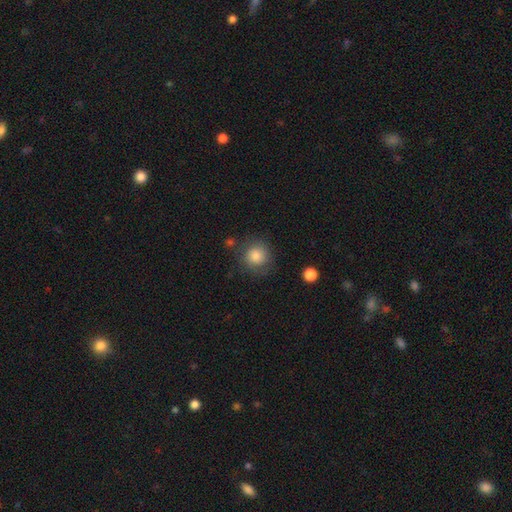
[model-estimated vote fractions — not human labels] Smooth or featured? smooth (82%)
How rounded? round (89%)
Merging? none (76%)